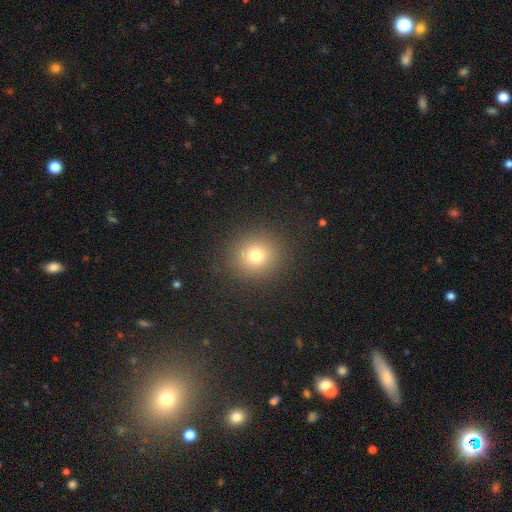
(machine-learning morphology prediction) This appears to be a smooth galaxy with no disk features (76%) that is round (90%). Merging: none (90%).